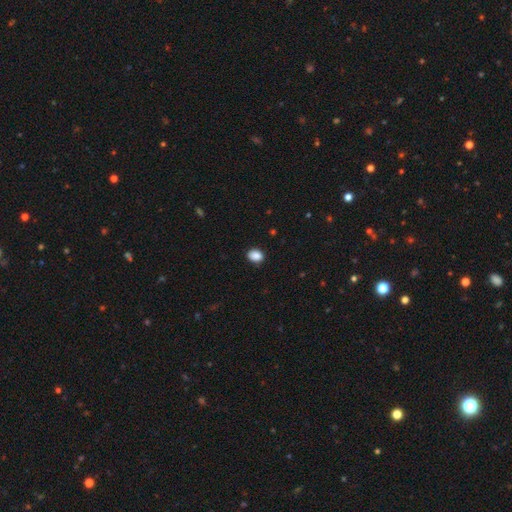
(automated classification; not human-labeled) Smooth or featured? Predicted: smooth (p=0.88). How rounded? Predicted: in between (p=0.61). Merging? Predicted: none (p=0.86).